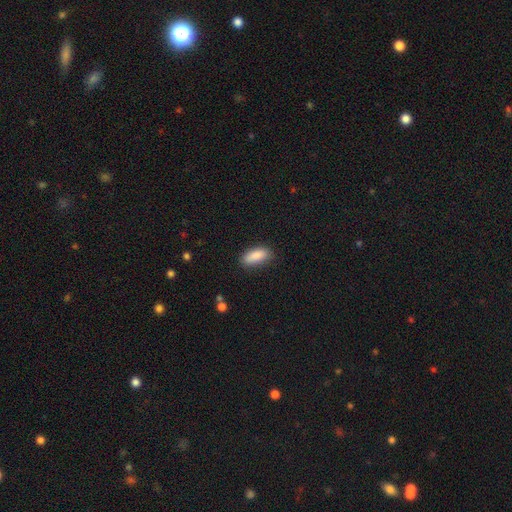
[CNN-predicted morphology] This is clearly a smooth galaxy (88%). How rounded: likely in between (78%). Merging: clearly none (81%).